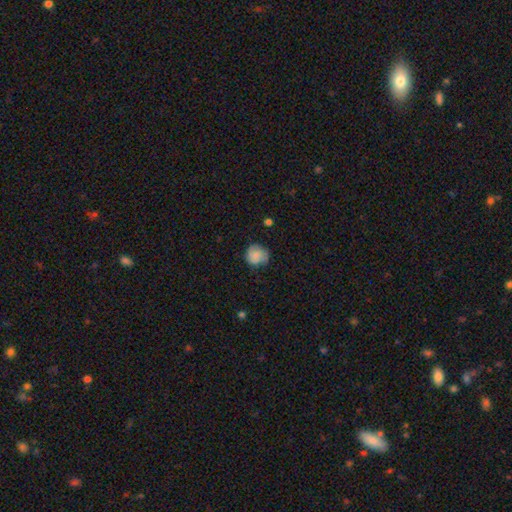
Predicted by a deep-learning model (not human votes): Smooth or featured? smooth (76%)
How rounded? round (84%)
Merging? none (66%)